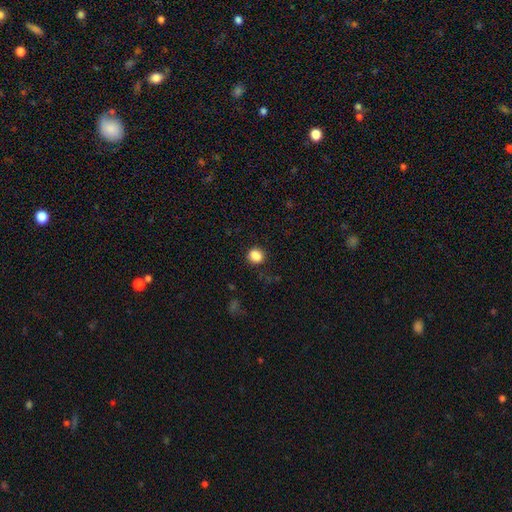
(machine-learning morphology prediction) This appears to be a smooth galaxy with no disk features (86%) that is round (75%). Merging: none (76%).